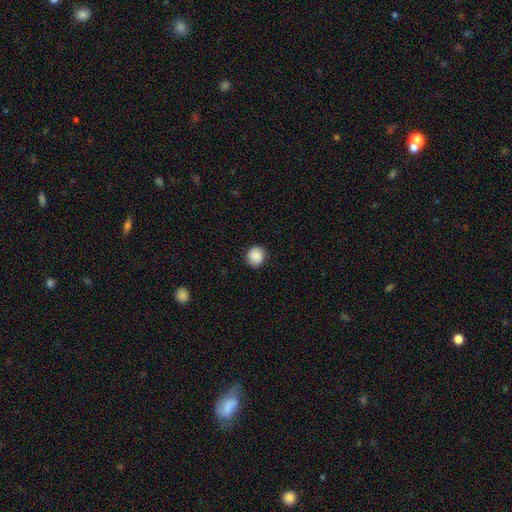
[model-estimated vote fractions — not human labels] Smooth or featured? Predicted: smooth (p=0.88). How rounded? Predicted: round (p=0.88). Merging? Predicted: none (p=0.87).